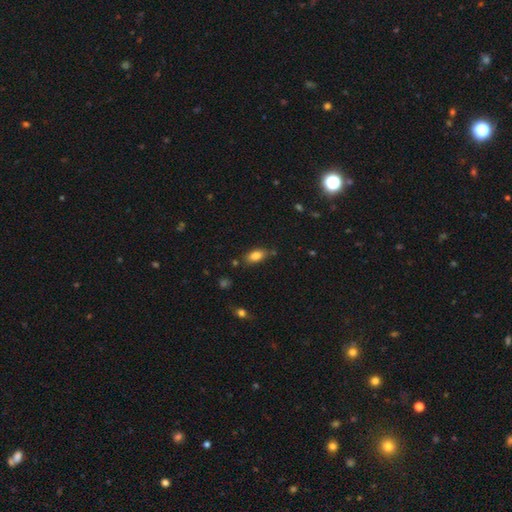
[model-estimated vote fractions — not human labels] This appears to be a smooth galaxy with no disk features (83%) that is in between round and cigar-shaped (88%). Merging: none (74%).